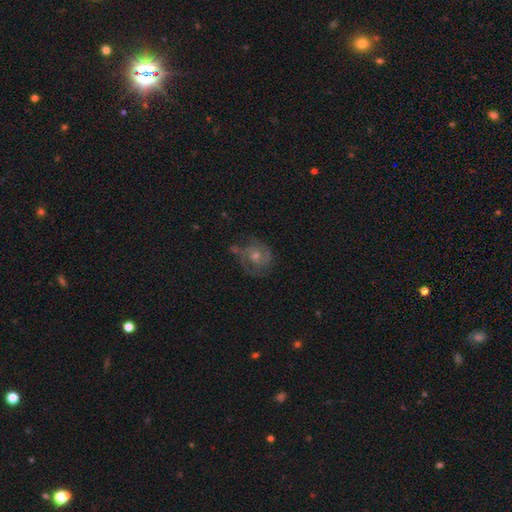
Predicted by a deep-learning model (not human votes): Overall: featured or disk (76%). Edge-on disk: no (98%). Bar: no (65%; weak 29%). Spiral arms: yes (94%). Spiral arm count: 2 (68%). Spiral winding: tight (51%; medium 40%). Bulge size: moderate (58%; small 35%). Merging: none (74%).